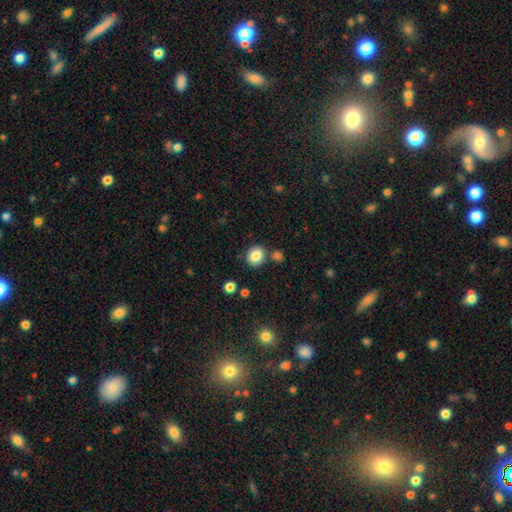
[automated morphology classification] Q: Smooth or featured?
A: smooth (85%); runner-up: star or artifact (10%)
Q: How rounded?
A: round (67%); runner-up: in between (32%)
Q: Merging?
A: none (76%); runner-up: minor disturbance (11%)